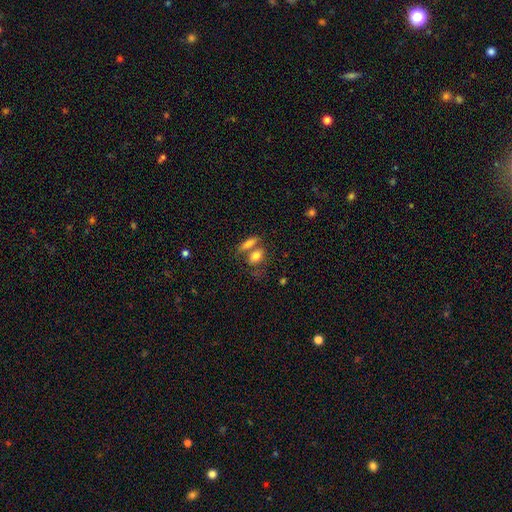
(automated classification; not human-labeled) Q: Smooth or featured?
A: smooth (77%); runner-up: featured or disk (15%)
Q: How rounded?
A: in between (73%); runner-up: round (16%)
Q: Merging?
A: none (45%); runner-up: merger (38%)